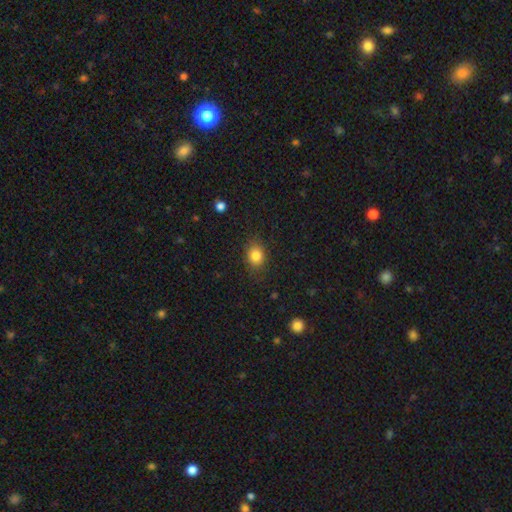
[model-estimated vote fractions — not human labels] This appears to be a smooth galaxy with no disk features (83%) that is in between round and cigar-shaped (55%). Merging: none (82%).